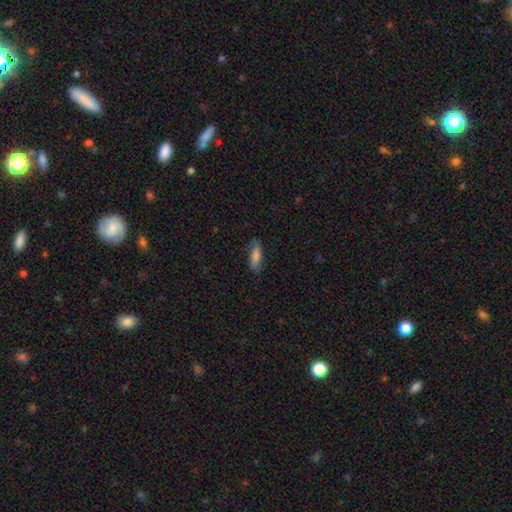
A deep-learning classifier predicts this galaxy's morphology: type=smooth (73%); roundness=in between (63%); merging=none (76%).